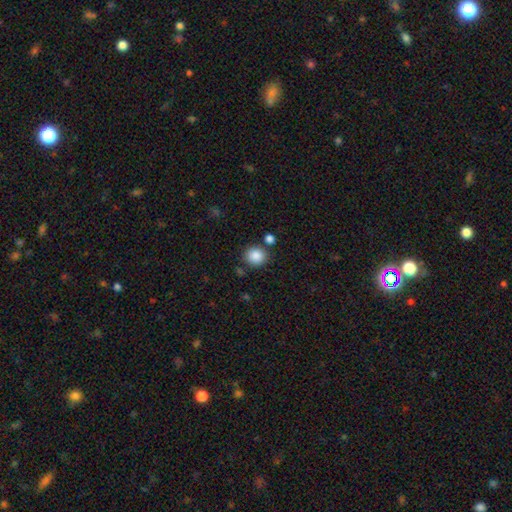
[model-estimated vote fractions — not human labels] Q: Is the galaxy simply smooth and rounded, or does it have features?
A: smooth — 87%.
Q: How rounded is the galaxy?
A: round — 85%.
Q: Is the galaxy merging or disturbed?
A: none — 80%.